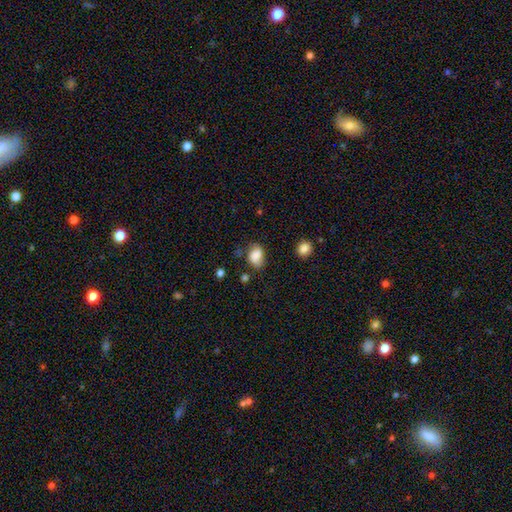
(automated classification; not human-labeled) smooth-or-featured: smooth: 74% | featured or disk: 16% | star or artifact: 9%
  how-rounded: in between: 75% | round: 24% | cigar-shaped: 1%
  merging: none: 55% | minor disturbance: 31% | major disturbance: 11% | merger: 4%